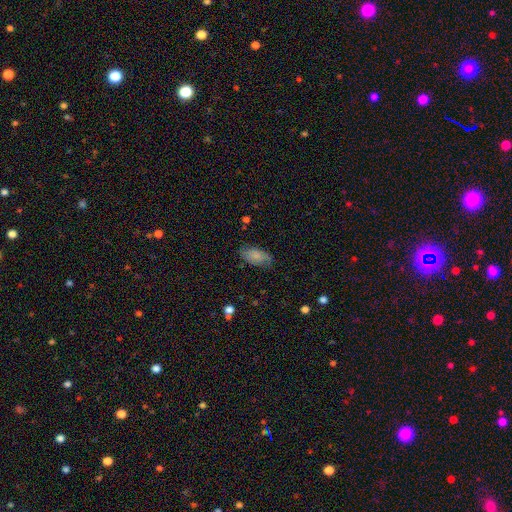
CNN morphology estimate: Q: Smooth or featured?
A: smooth (79%); runner-up: featured or disk (14%)
Q: How rounded?
A: in between (93%); runner-up: cigar-shaped (4%)
Q: Merging?
A: none (69%); runner-up: minor disturbance (23%)